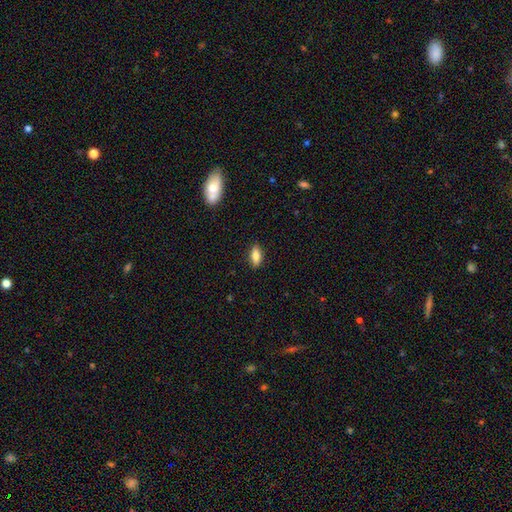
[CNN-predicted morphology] This appears to be a smooth galaxy with no disk features (78%) that is in between round and cigar-shaped (79%). Merging: none (88%).